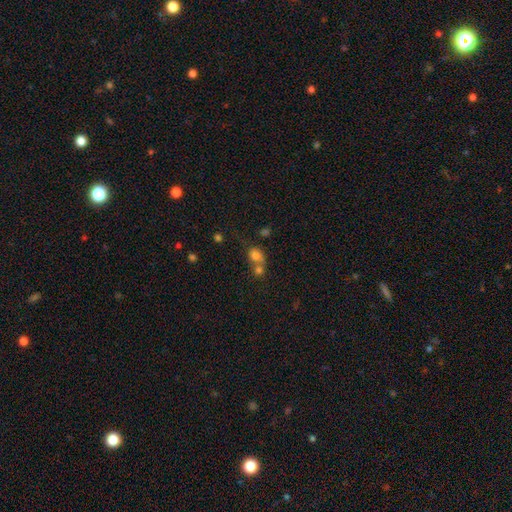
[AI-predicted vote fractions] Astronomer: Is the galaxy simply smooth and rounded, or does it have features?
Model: smooth — 77%.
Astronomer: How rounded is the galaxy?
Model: round — 66%.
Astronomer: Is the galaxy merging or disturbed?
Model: merger — 52% (runner-up: none, 35%).